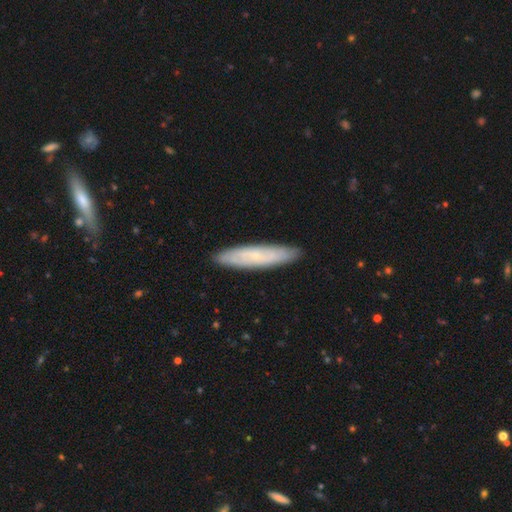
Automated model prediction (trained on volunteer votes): Overall: smooth (52%; featured or disk 41%). How rounded: cigar-shaped (81%). Merging: none (89%).